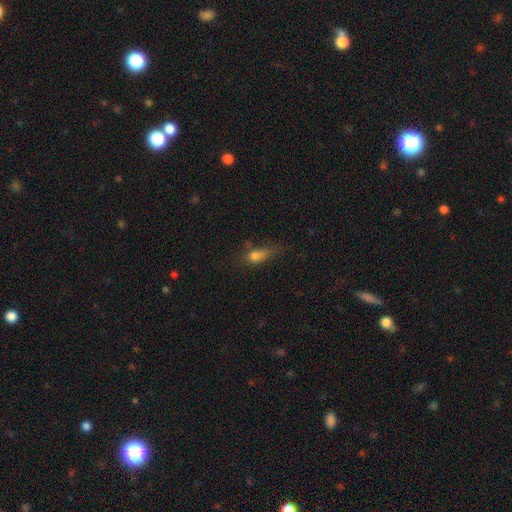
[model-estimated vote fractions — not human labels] This is likely a smooth galaxy (72%). How rounded: likely in between (66%). Merging: marginally none (35%).